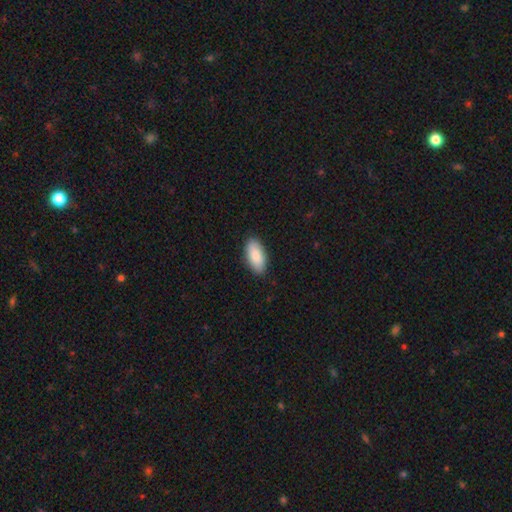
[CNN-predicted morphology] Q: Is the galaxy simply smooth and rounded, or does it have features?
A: smooth — 87%.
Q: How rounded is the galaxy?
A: in between — 91%.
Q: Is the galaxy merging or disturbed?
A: none — 88%.